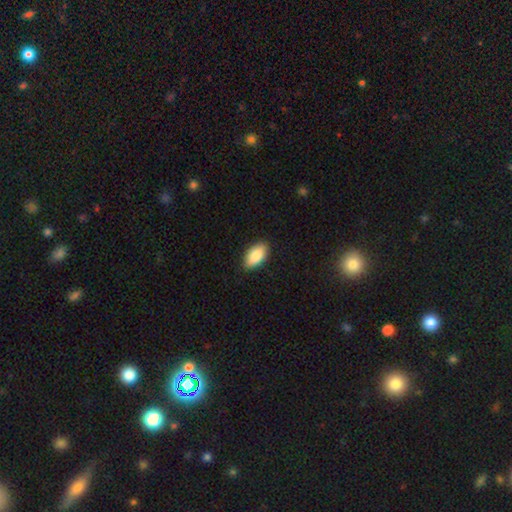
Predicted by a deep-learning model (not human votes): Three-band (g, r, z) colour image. It shows a smooth galaxy with no disk features (88%) that is in between round and cigar-shaped (94%). Merging: none (88%).